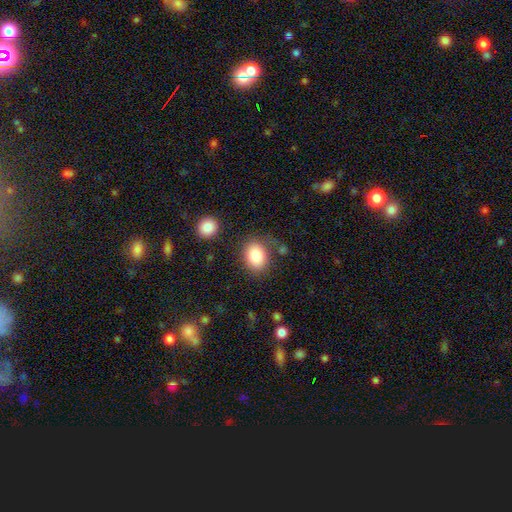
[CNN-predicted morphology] Smooth or featured? smooth (85%)
How rounded? in between (66%)
Merging? none (74%)